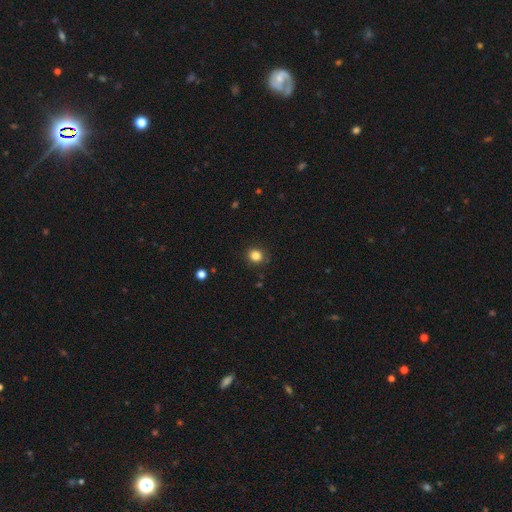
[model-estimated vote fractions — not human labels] This is clearly a smooth galaxy (84%). How rounded: clearly round (81%). Merging: clearly none (88%).